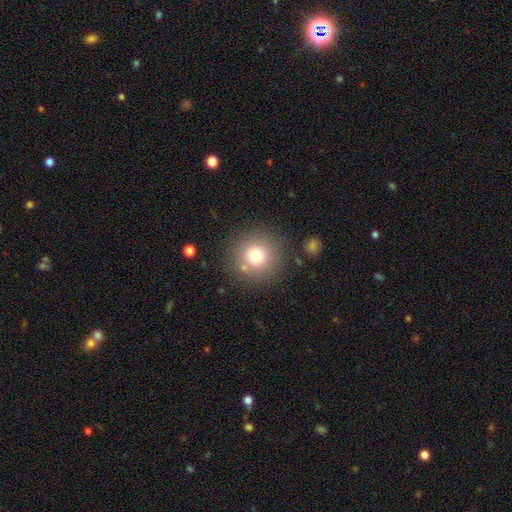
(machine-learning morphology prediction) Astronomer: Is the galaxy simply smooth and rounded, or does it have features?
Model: smooth — 75%.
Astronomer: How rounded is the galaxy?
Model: round — 95%.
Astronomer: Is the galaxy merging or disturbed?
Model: none — 83%.